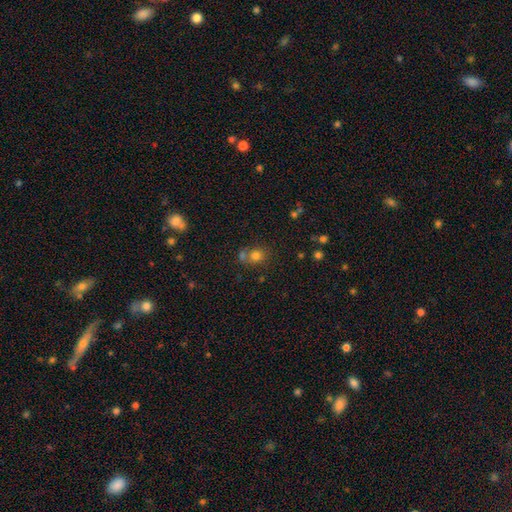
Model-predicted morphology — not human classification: smooth-or-featured: smooth: 75% | star or artifact: 15% | featured or disk: 9%
  how-rounded: round: 77% | in between: 22% | cigar-shaped: 1%
  merging: none: 54% | merger: 31% | minor disturbance: 10% | major disturbance: 4%